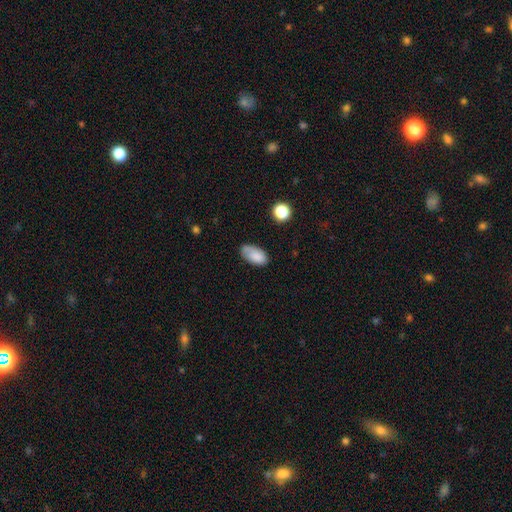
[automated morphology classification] This appears to be a smooth galaxy with no disk features (82%) that is in between round and cigar-shaped (94%). Merging: none (63%).